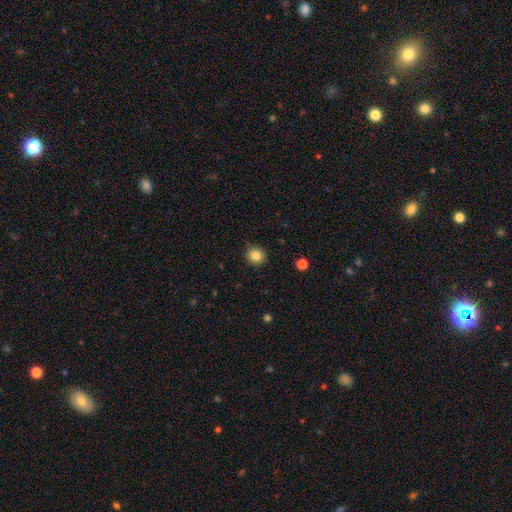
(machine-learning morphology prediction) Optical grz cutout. It shows a smooth galaxy with no disk features (84%) that is round (93%). Merging: none (90%).